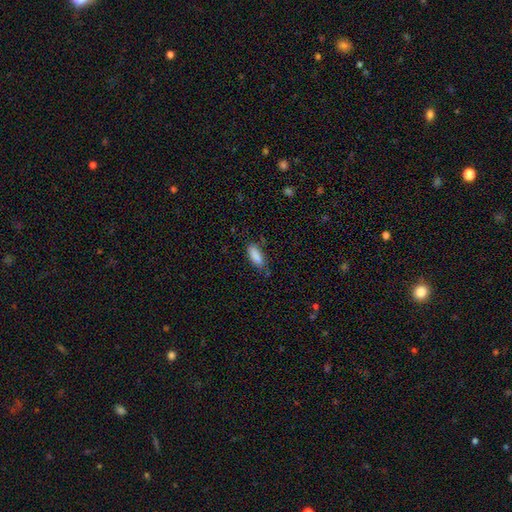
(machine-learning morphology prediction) Smooth or featured? Predicted: smooth (p=0.86). How rounded? Predicted: in between (p=0.71). Merging? Predicted: none (p=0.64).